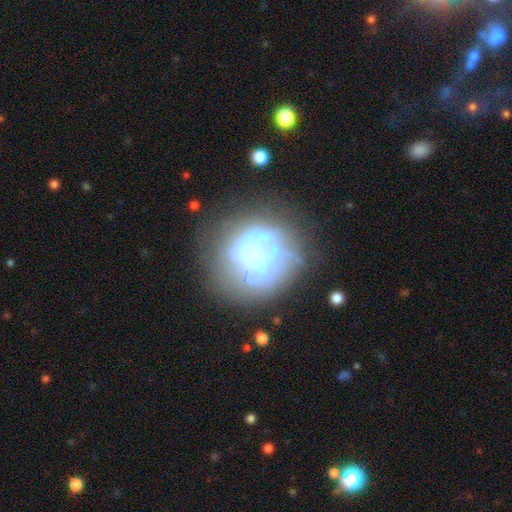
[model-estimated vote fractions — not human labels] Smooth or featured?
  - featured or disk: 63% *
  - smooth: 24%
  - star or artifact: 12%
Edge-on disk?
  - no: 98% *
  - yes: 2%
Bar?
  - no: 85% *
  - weak: 10%
  - strong: 5%
Spiral arms?
  - no: 81% *
  - yes: 19%
Bulge size?
  - moderate: 33% *
  - none: 26%
  - large: 19%
  - small: 16%
  - dominant: 6%
Merging?
  - none: 52% *
  - major disturbance: 19%
  - minor disturbance: 17%
  - merger: 11%